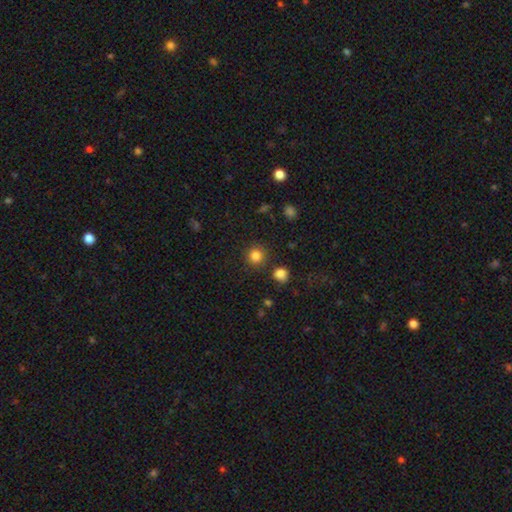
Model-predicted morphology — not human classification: Smooth or featured?
  - smooth: 83% *
  - star or artifact: 12%
  - featured or disk: 5%
How rounded?
  - round: 92% *
  - in between: 7%
  - cigar-shaped: 1%
Merging?
  - none: 86% *
  - minor disturbance: 7%
  - merger: 4%
  - major disturbance: 3%